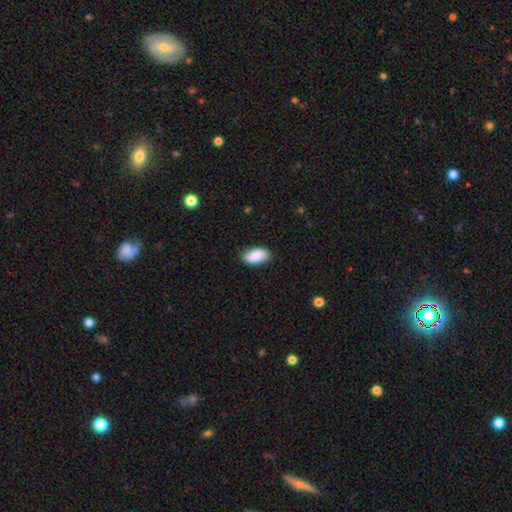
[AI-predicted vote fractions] This is clearly a smooth galaxy (85%). How rounded: clearly in between (93%). Merging: clearly none (83%).